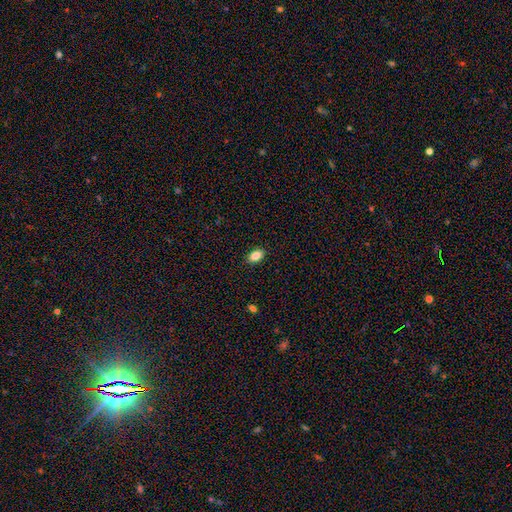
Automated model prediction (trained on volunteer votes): Overall: smooth (86%). How rounded: in between (89%). Merging: none (89%).